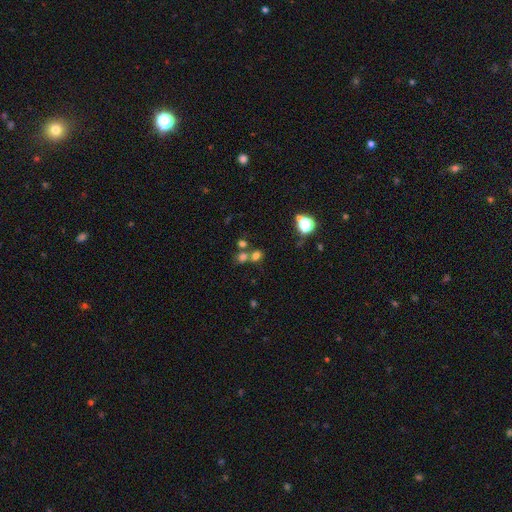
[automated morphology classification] The model was most divided on "merging": none: 48%, merger: 39%, minor disturbance: 8%, major disturbance: 5%. More confident: smooth or featured — smooth (64%); how rounded — round (63%).